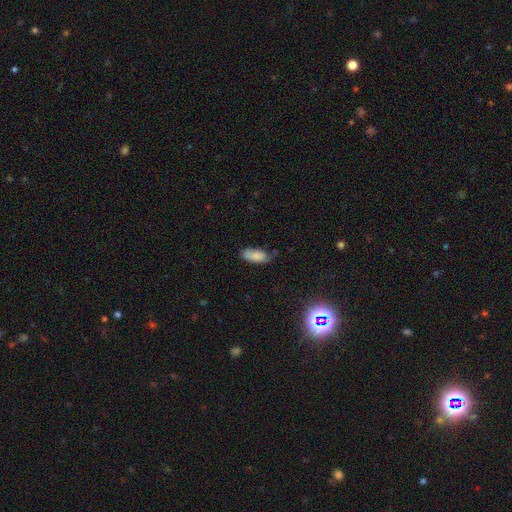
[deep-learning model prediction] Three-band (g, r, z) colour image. It shows a smooth galaxy with no disk features (83%) that is in between round and cigar-shaped (82%). Merging: none (65%).